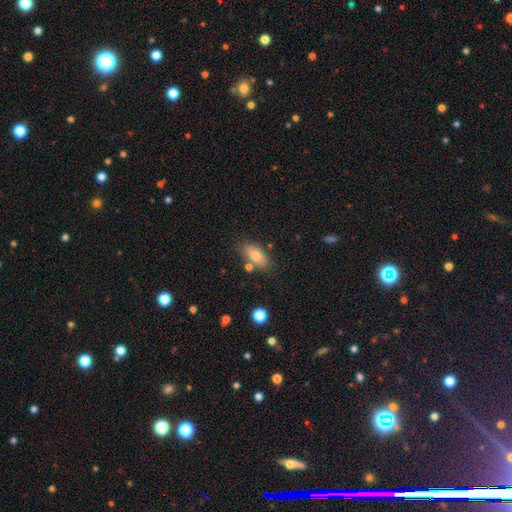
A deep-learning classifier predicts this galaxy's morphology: This appears to be a smooth galaxy with no disk features (83%) that is in between round and cigar-shaped (88%). Merging: none (76%).